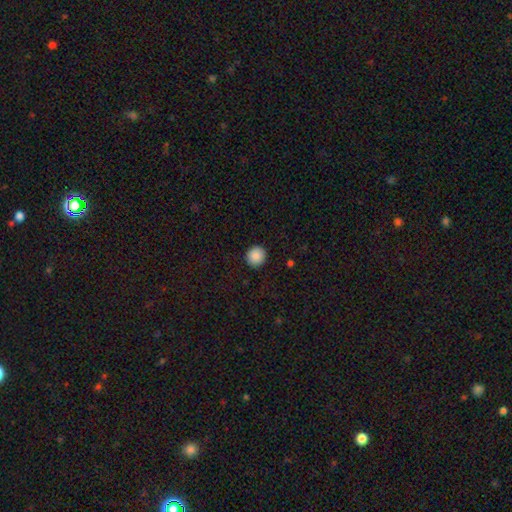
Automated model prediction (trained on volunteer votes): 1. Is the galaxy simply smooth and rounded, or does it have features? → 89% smooth, 9% star or artifact, 3% featured or disk.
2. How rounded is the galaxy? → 92% round, 7% in between, 1% cigar-shaped.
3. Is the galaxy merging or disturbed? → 92% none, 5% minor disturbance, 2% major disturbance, 1% merger.